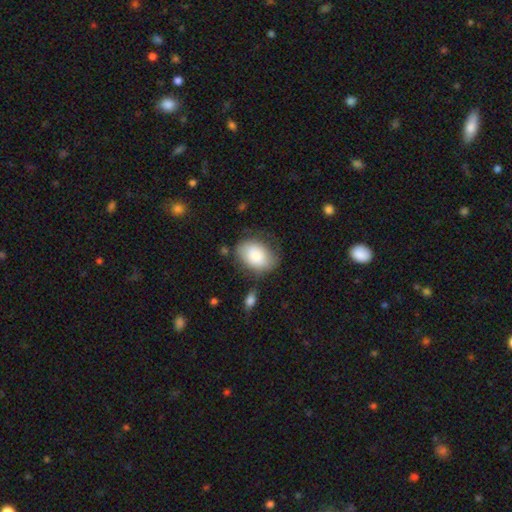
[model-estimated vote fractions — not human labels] Smooth or featured?
  - smooth: 80% *
  - featured or disk: 13%
  - star or artifact: 6%
How rounded?
  - in between: 79% *
  - round: 20%
  - cigar-shaped: 1%
Merging?
  - none: 64% *
  - minor disturbance: 22%
  - major disturbance: 9%
  - merger: 5%